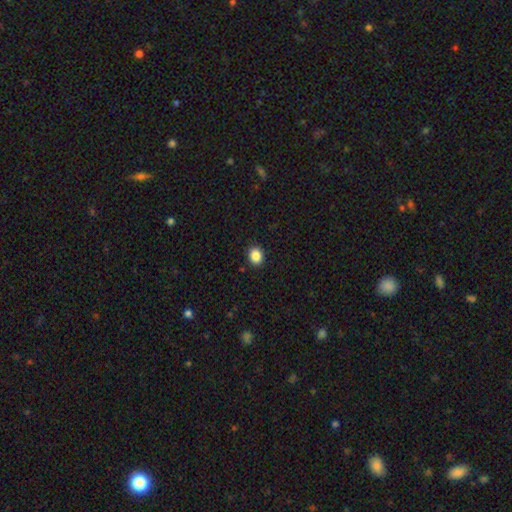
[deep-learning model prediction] smooth_or_featured: smooth (p=0.87) [alt: star or artifact p=0.09]
how_rounded: round (p=0.51) [alt: in between p=0.48]
merging: none (p=0.91) [alt: minor disturbance p=0.06]